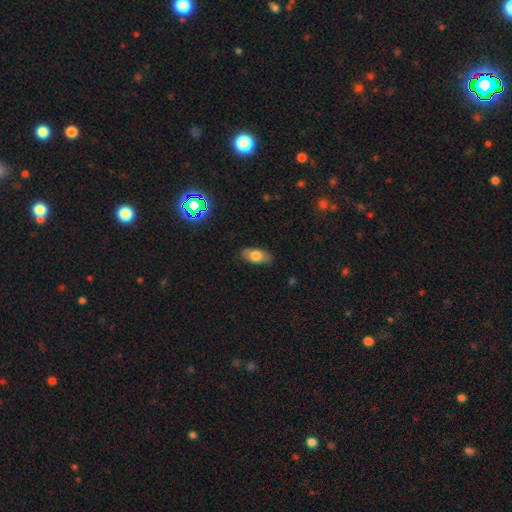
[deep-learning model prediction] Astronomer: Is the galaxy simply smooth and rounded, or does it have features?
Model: smooth — 72%.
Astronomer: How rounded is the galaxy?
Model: in between — 88%.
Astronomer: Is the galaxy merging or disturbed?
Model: none — 82%.